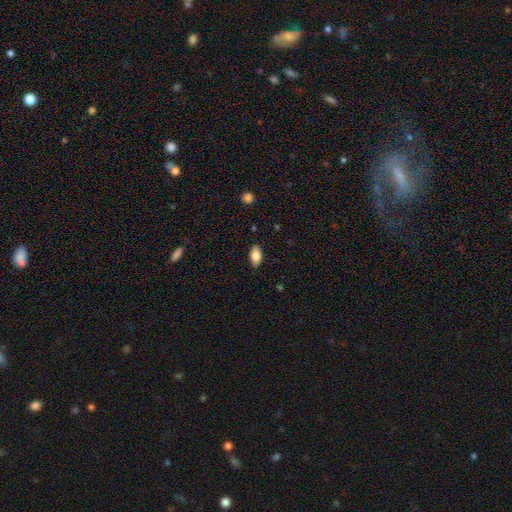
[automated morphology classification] This appears to be a smooth galaxy with no disk features (80%) that is in between round and cigar-shaped (91%). Merging: none (88%).